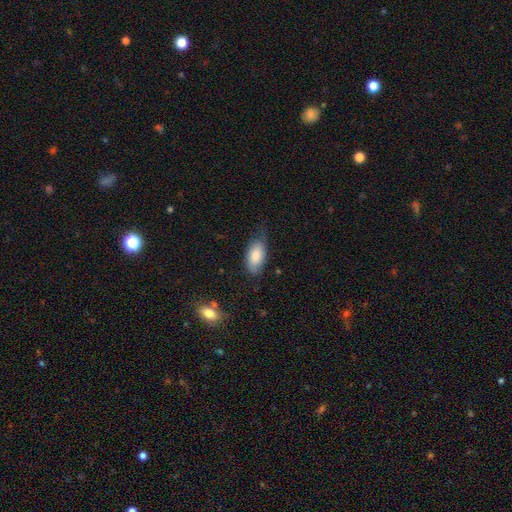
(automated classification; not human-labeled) This appears to be a smooth galaxy with no disk features (82%) that is in between round and cigar-shaped (91%). Merging: none (58%).